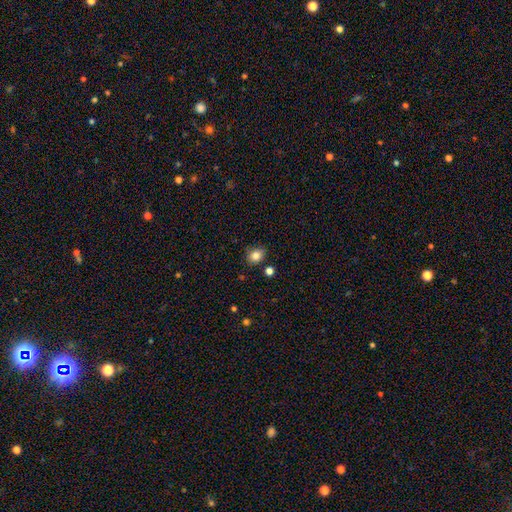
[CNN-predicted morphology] This appears to be a smooth galaxy with no disk features (82%) that is round (58%). Merging: none (82%).